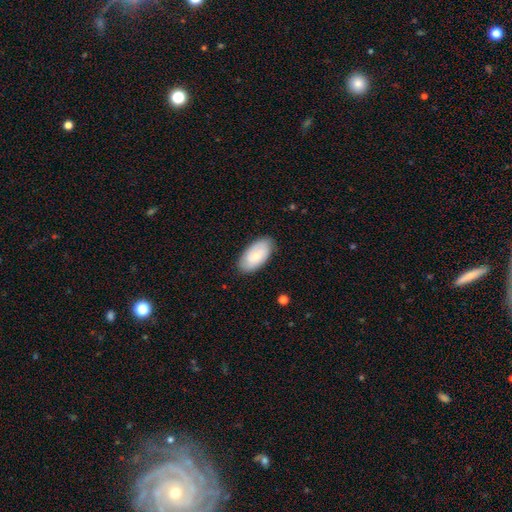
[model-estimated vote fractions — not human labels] The model was most divided on "smooth or featured": smooth: 63%, featured or disk: 31%, star or artifact: 6%. More confident: how rounded — in between (94%); merging — none (84%).